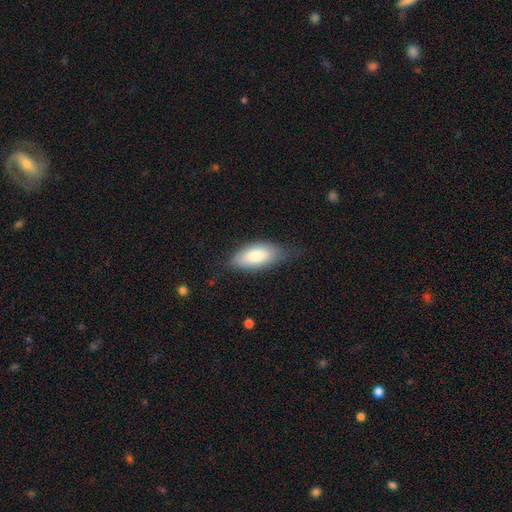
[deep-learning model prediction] Smooth or featured?
  - smooth: 80% *
  - featured or disk: 15%
  - star or artifact: 6%
How rounded?
  - in between: 88% *
  - cigar-shaped: 10%
  - round: 2%
Merging?
  - none: 64% *
  - minor disturbance: 27%
  - major disturbance: 8%
  - merger: 1%